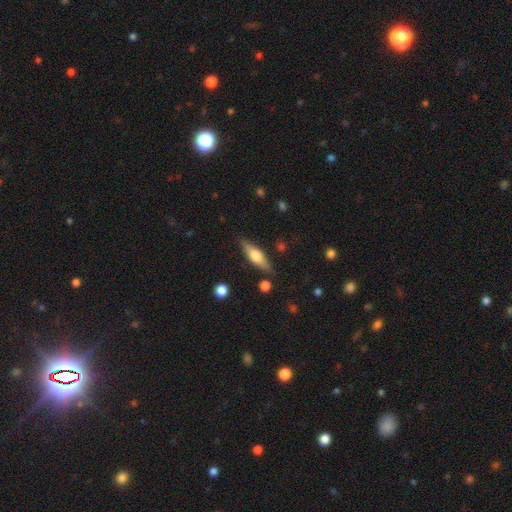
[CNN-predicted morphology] smooth-or-featured: featured or disk: 49% | smooth: 45% | star or artifact: 6%
  merging: none: 84% | minor disturbance: 11% | merger: 3% | major disturbance: 2%